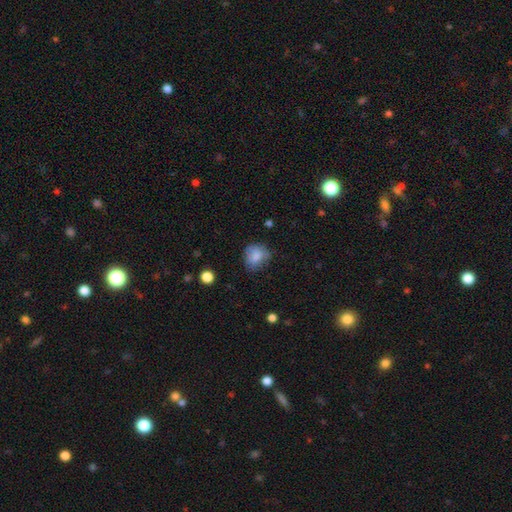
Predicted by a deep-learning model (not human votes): Smooth or featured?
  - smooth: 80% *
  - featured or disk: 11%
  - star or artifact: 9%
How rounded?
  - round: 69% *
  - in between: 30%
  - cigar-shaped: 1%
Merging?
  - none: 63% *
  - minor disturbance: 27%
  - major disturbance: 9%
  - merger: 2%